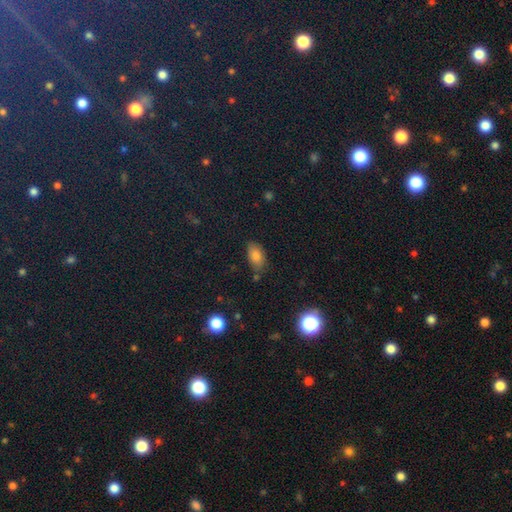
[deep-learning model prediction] Smooth or featured? Predicted: smooth (p=0.76). How rounded? Predicted: in between (p=0.88). Merging? Predicted: none (p=0.75).